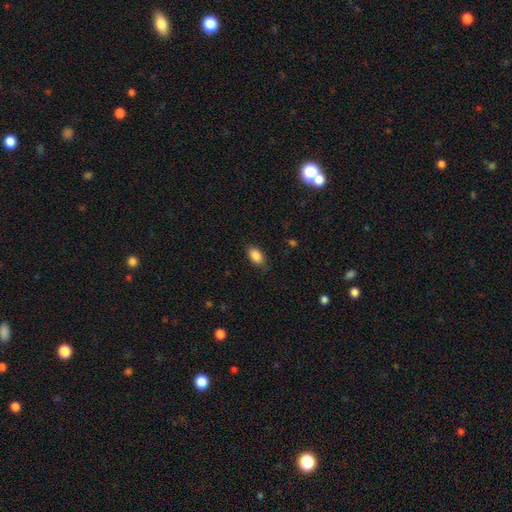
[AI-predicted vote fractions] smooth-or-featured: smooth: 87% | star or artifact: 8% | featured or disk: 6%
  how-rounded: in between: 91% | round: 6% | cigar-shaped: 4%
  merging: none: 82% | minor disturbance: 14% | major disturbance: 3% | merger: 1%